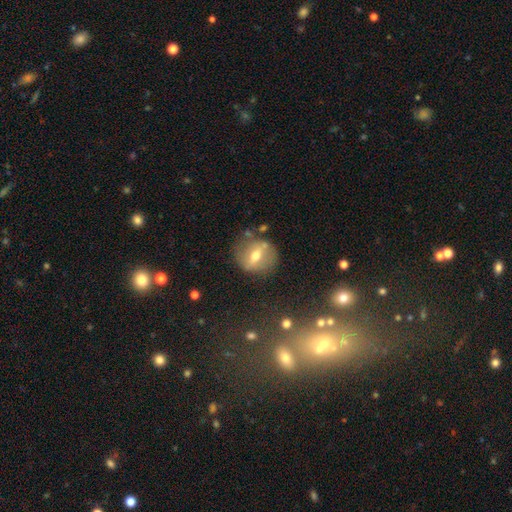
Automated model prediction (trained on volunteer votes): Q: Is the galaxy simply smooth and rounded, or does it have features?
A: featured or disk — 50%.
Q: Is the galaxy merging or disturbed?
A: none — 75%.